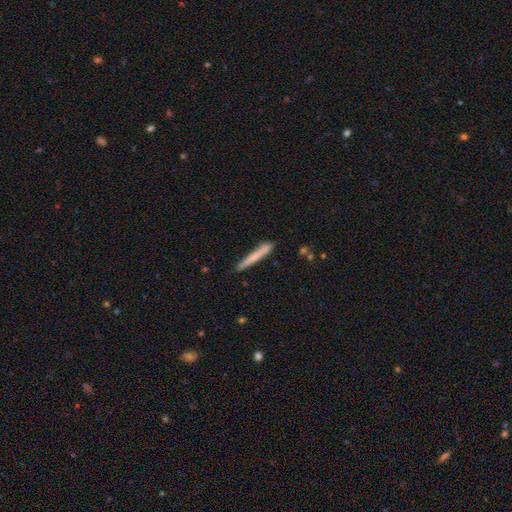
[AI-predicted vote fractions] Smooth or featured?
  - smooth: 66% *
  - featured or disk: 28%
  - star or artifact: 6%
How rounded?
  - cigar-shaped: 97% *
  - in between: 2%
  - round: 1%
Merging?
  - none: 87% *
  - minor disturbance: 10%
  - merger: 2%
  - major disturbance: 2%